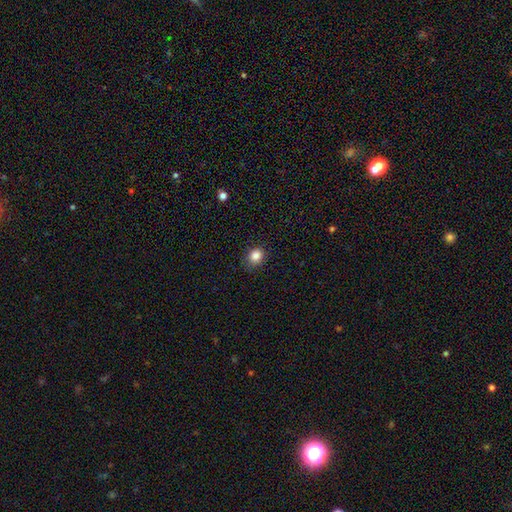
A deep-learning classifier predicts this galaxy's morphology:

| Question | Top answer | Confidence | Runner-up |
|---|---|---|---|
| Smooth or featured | smooth | 85% | star or artifact (11%) |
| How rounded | round | 72% | in between (27%) |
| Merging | none | 83% | minor disturbance (13%) |